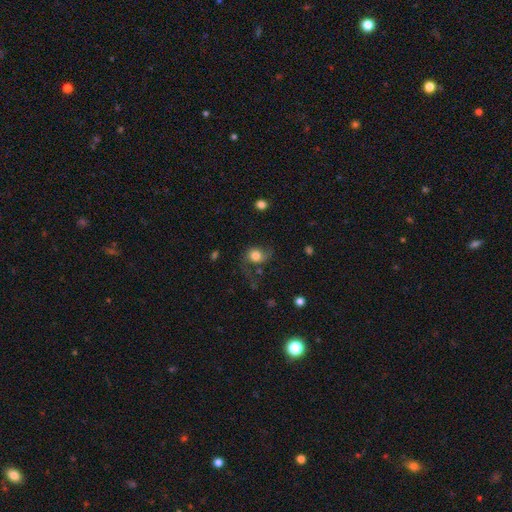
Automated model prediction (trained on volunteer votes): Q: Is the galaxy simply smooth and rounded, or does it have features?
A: smooth — 62%.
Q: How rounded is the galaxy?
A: round — 69%.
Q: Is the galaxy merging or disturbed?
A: none — 49%.